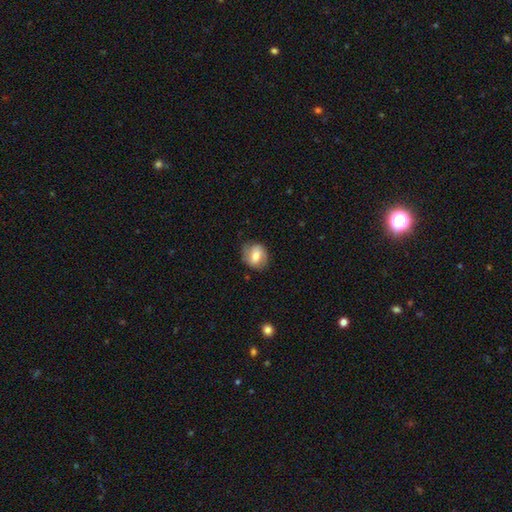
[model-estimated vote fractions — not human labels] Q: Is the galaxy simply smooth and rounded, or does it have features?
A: smooth — 58%.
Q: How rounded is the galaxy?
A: round — 61%.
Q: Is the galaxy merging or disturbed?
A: none — 73%.